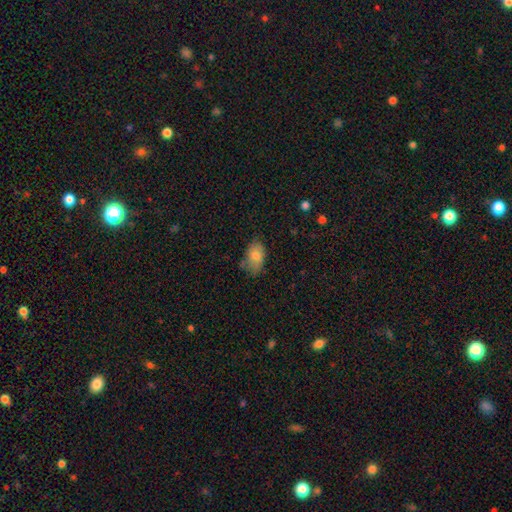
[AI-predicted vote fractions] smooth 78%, featured or disk 14%, star or artifact 9%. Down the decision tree: how rounded — in between (89%); merging — none (66%).